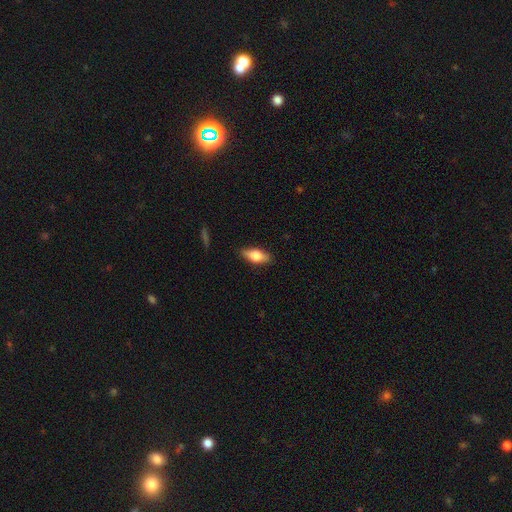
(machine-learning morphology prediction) Smooth or featured?
  - smooth: 65% *
  - featured or disk: 28%
  - star or artifact: 7%
How rounded?
  - in between: 77% *
  - cigar-shaped: 18%
  - round: 4%
Merging?
  - none: 86% *
  - minor disturbance: 10%
  - major disturbance: 2%
  - merger: 1%